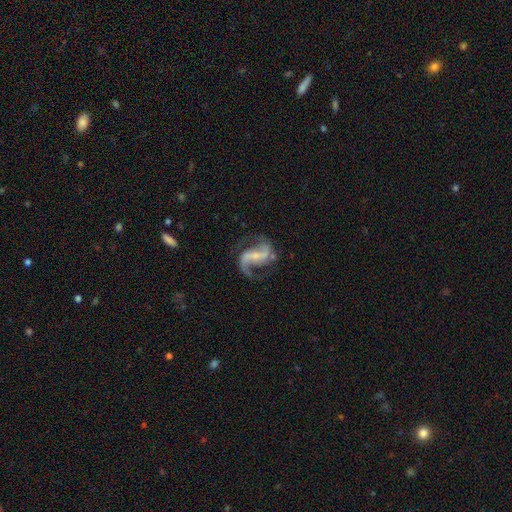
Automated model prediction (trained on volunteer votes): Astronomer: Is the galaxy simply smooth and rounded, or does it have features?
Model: featured or disk — 91%.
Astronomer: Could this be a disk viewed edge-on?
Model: no — 98%.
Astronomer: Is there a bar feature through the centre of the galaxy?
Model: weak — 38%, tied with strong at 38%.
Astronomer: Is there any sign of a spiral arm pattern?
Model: yes — 97%.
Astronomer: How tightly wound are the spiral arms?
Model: loose — 54% (runner-up: medium, 39%).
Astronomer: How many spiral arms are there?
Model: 2 — 92%.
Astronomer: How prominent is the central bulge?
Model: small — 59%.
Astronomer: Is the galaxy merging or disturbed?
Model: none — 72%.